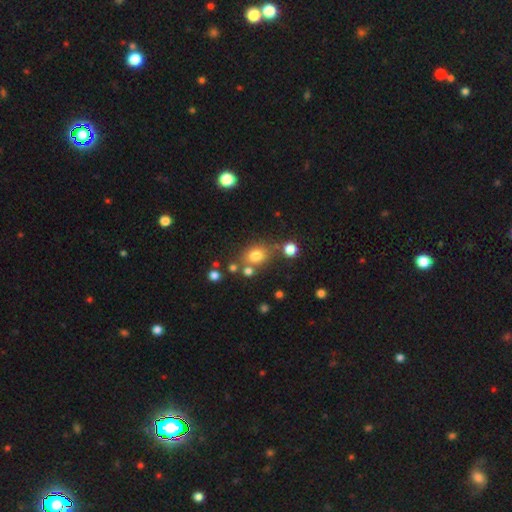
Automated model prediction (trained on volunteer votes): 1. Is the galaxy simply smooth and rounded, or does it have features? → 76% smooth, 14% star or artifact, 10% featured or disk.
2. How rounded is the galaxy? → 56% round, 43% in between, 1% cigar-shaped.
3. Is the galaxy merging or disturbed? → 67% none, 14% merger, 14% minor disturbance, 6% major disturbance.